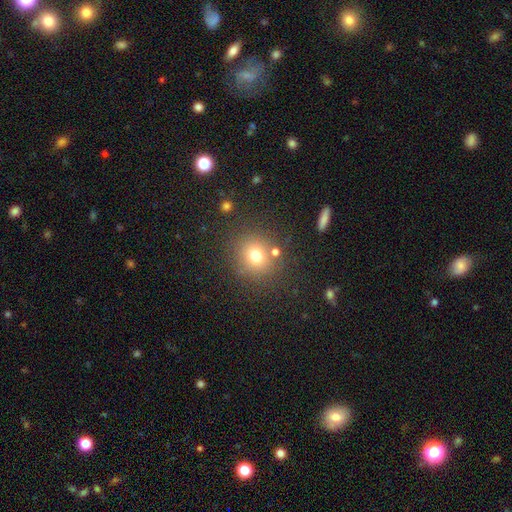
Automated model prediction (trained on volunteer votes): This appears to be a smooth galaxy with no disk features (73%) that is round (85%). Merging: none (78%).